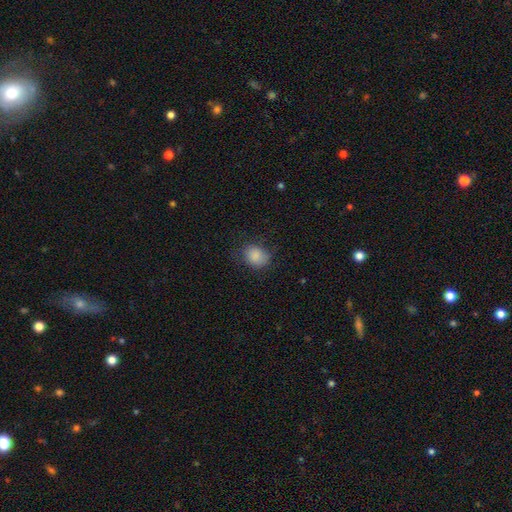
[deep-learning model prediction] Smooth or featured?
  - smooth: 85% *
  - star or artifact: 8%
  - featured or disk: 6%
How rounded?
  - round: 56% *
  - in between: 43%
  - cigar-shaped: 1%
Merging?
  - none: 70% *
  - minor disturbance: 21%
  - major disturbance: 8%
  - merger: 1%